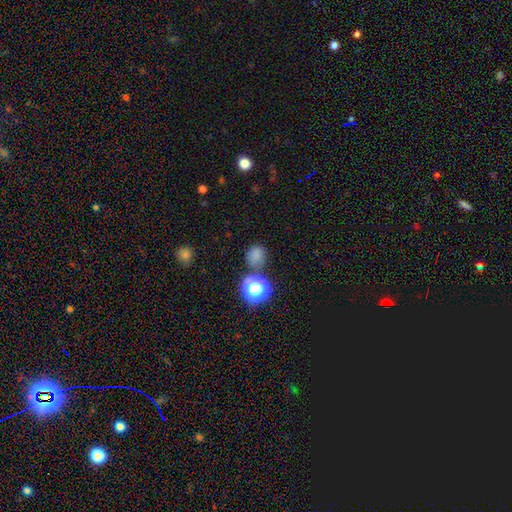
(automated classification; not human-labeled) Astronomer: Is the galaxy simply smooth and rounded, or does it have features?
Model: smooth — 75%.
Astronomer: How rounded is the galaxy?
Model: round — 77%.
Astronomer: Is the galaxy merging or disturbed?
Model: none — 70%.